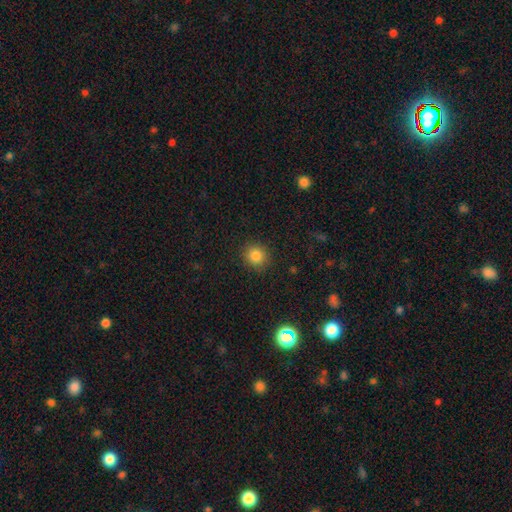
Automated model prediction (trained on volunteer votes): smooth_or_featured: smooth (p=0.84) [alt: star or artifact p=0.12]
how_rounded: round (p=0.88) [alt: in between p=0.11]
merging: none (p=0.90) [alt: minor disturbance p=0.07]